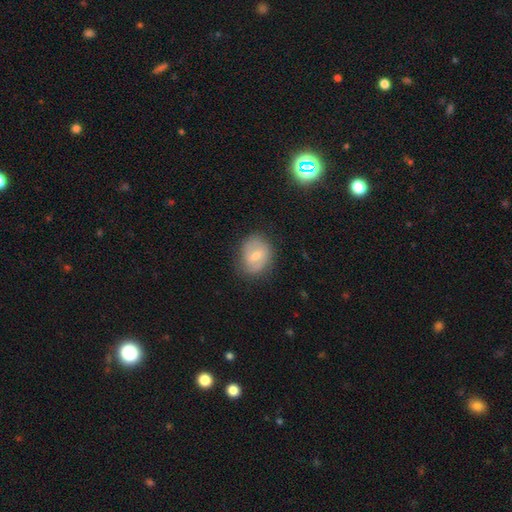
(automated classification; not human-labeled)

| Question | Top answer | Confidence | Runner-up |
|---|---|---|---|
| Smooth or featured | featured or disk | 53% | smooth (40%) |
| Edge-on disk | no | 96% | yes (4%) |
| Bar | weak | 53% | no (30%) |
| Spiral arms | yes | 69% | no (31%) |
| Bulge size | moderate | 59% | small (36%) |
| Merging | none | 73% | minor disturbance (19%) |